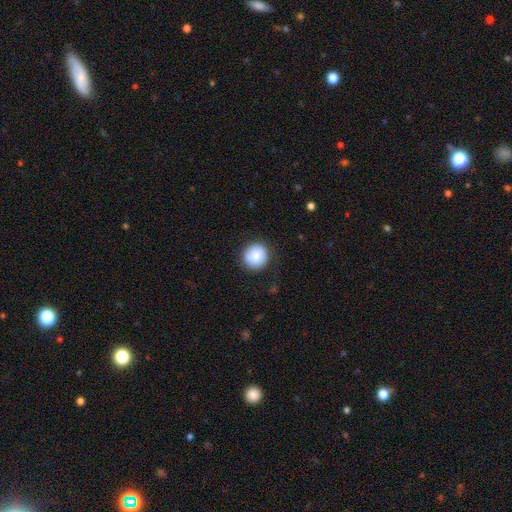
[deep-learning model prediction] A smooth galaxy with no disk features (78%) that is round (92%).

Vote fractions:
- Smooth or featured? smooth: 78% / featured or disk: 14% / star or artifact: 7%
- How rounded? round: 92% / in between: 7% / cigar-shaped: 1%
- Merging? none: 82% / minor disturbance: 13% / major disturbance: 3% / merger: 2%